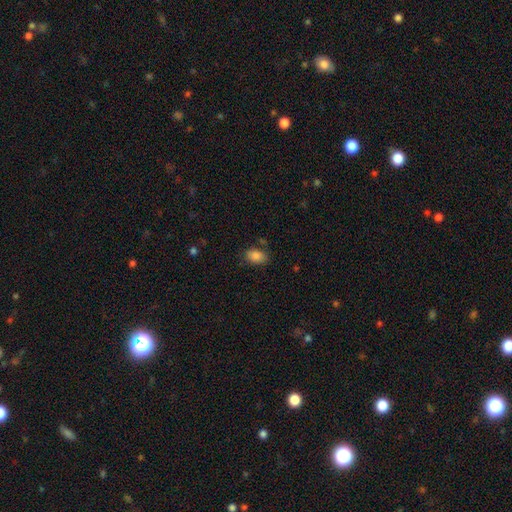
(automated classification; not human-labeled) smooth-or-featured: smooth: 86% | star or artifact: 9% | featured or disk: 5%
  how-rounded: in between: 85% | round: 13% | cigar-shaped: 1%
  merging: none: 77% | minor disturbance: 14% | merger: 4% | major disturbance: 4%